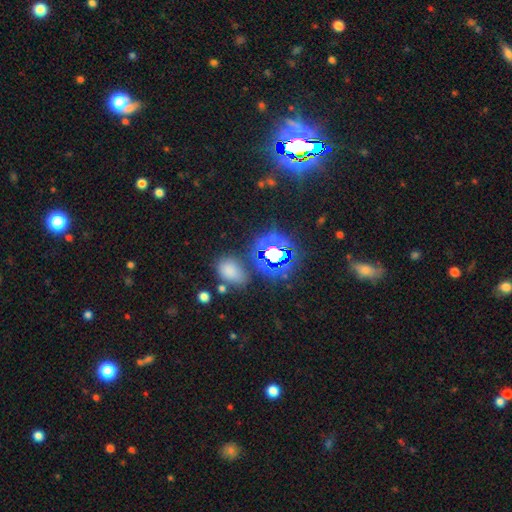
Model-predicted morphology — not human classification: Overall: star or artifact (70%).